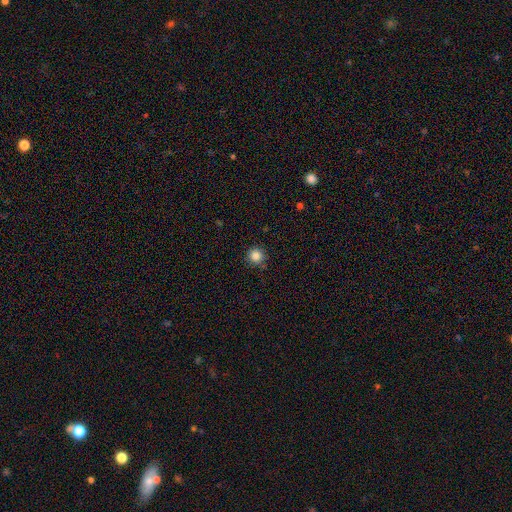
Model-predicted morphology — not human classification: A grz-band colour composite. It shows a smooth galaxy with no disk features (85%) that is round (95%). Merging: none (87%).